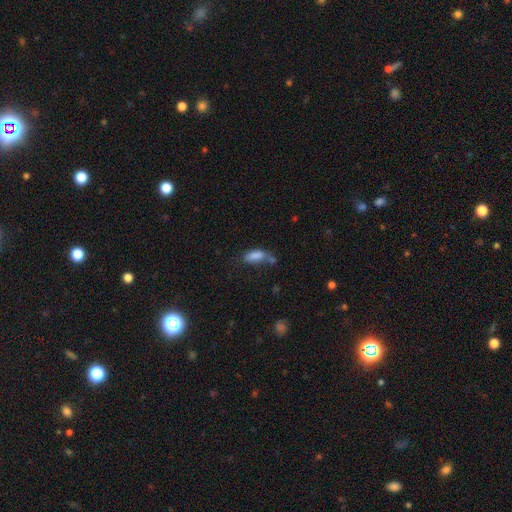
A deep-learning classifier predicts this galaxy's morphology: type=smooth (79%); roundness=in between (81%); merging=none (32%).